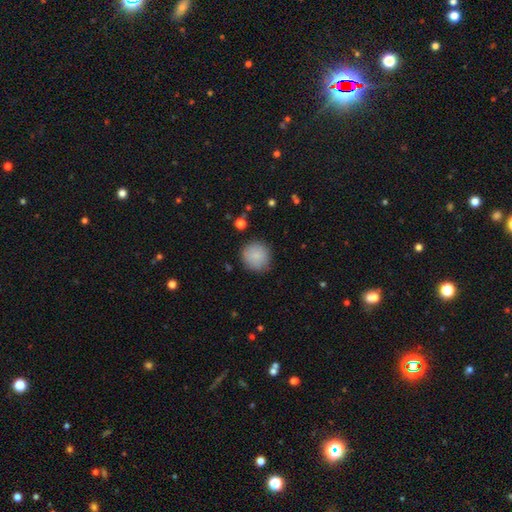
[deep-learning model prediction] Smooth or featured?
  - smooth: 87% *
  - star or artifact: 7%
  - featured or disk: 6%
How rounded?
  - round: 92% *
  - in between: 7%
  - cigar-shaped: 1%
Merging?
  - none: 85% *
  - minor disturbance: 11%
  - major disturbance: 3%
  - merger: 1%